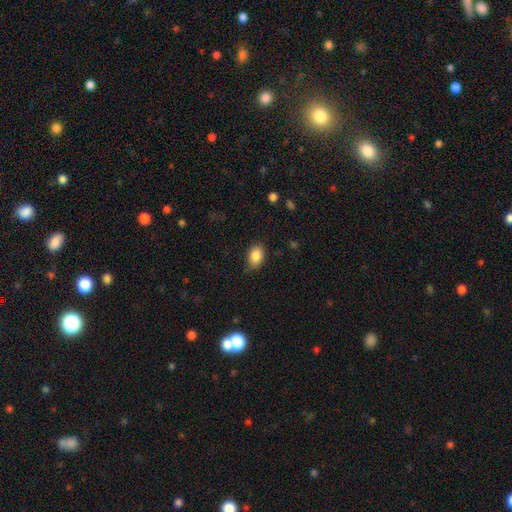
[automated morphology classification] Smooth or featured? Predicted: smooth (p=0.87). How rounded? Predicted: in between (p=0.82). Merging? Predicted: none (p=0.83).